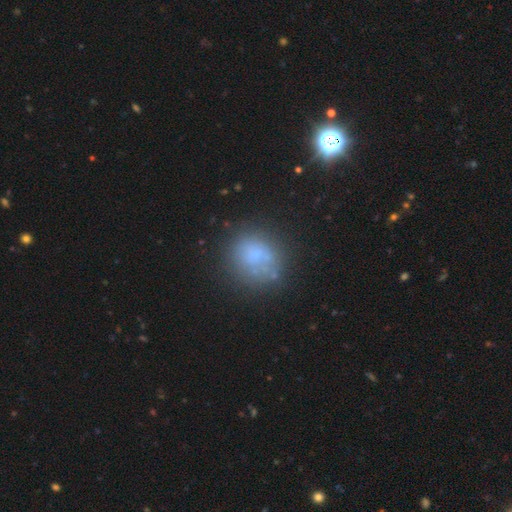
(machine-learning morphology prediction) smooth-or-featured: smooth: 64% | featured or disk: 21% | star or artifact: 16%
  how-rounded: round: 83% | in between: 16% | cigar-shaped: 1%
  merging: none: 65% | minor disturbance: 18% | major disturbance: 9% | merger: 8%